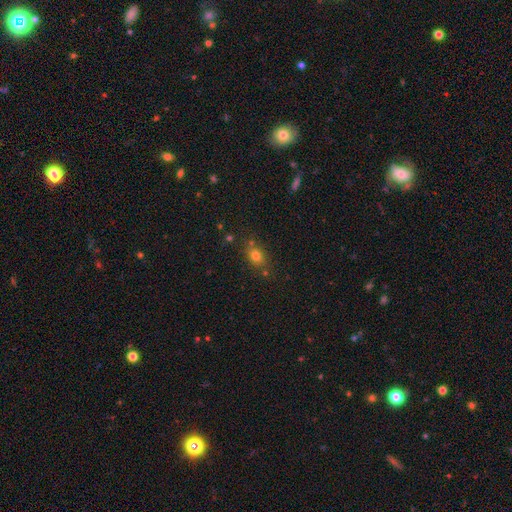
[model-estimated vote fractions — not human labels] Smooth or featured? Predicted: smooth (p=0.76). How rounded? Predicted: in between (p=0.57). Merging? Predicted: none (p=0.74).